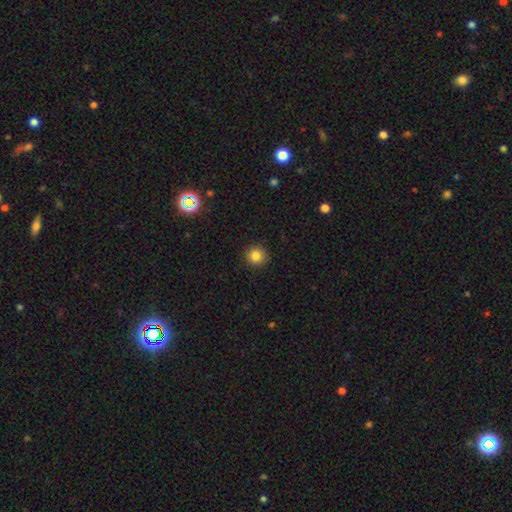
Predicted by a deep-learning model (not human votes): A smooth galaxy with no disk features (84%) that is round (92%).

Vote fractions:
- Smooth or featured? smooth: 84% / star or artifact: 11% / featured or disk: 5%
- How rounded? round: 92% / in between: 7% / cigar-shaped: 1%
- Merging? none: 90% / minor disturbance: 7% / major disturbance: 2% / merger: 1%